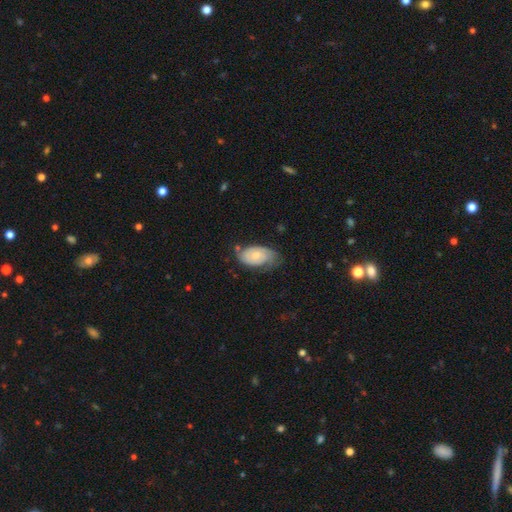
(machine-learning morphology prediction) Q: Smooth or featured?
A: featured or disk (54%); runner-up: smooth (39%)
Q: Edge-on disk?
A: no (95%); runner-up: yes (5%)
Q: Bar?
A: no (74%); runner-up: weak (23%)
Q: Spiral arms?
A: yes (85%); runner-up: no (15%)
Q: Bulge size?
A: small (47%); runner-up: moderate (44%)
Q: Merging?
A: none (57%); runner-up: minor disturbance (30%)